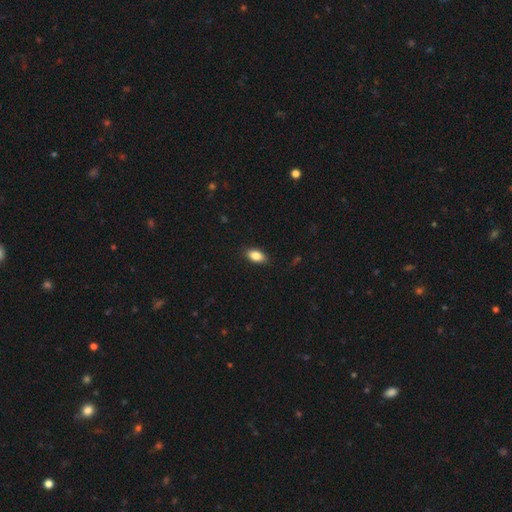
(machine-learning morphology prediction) A smooth galaxy with no disk features (85%) that is in between round and cigar-shaped (90%).

Vote fractions:
- Smooth or featured? smooth: 85% / star or artifact: 8% / featured or disk: 7%
- How rounded? in between: 90% / round: 6% / cigar-shaped: 3%
- Merging? none: 87% / minor disturbance: 10% / major disturbance: 2% / merger: 1%